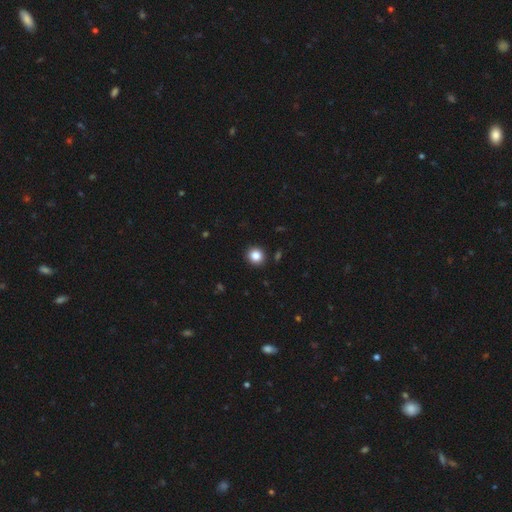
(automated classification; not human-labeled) smooth-or-featured: smooth: 85% | star or artifact: 10% | featured or disk: 5%
  how-rounded: round: 89% | in between: 10% | cigar-shaped: 1%
  merging: none: 92% | minor disturbance: 5% | major disturbance: 2% | merger: 1%